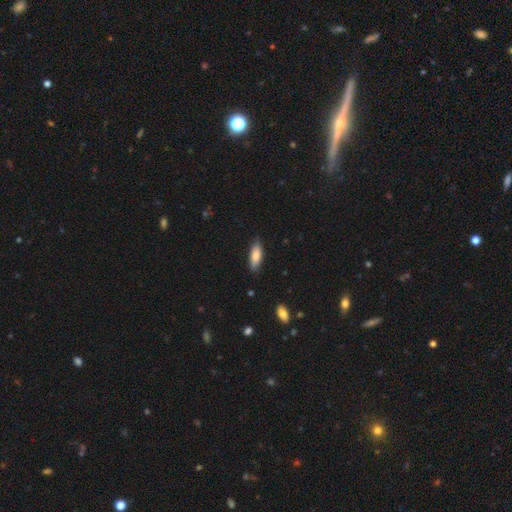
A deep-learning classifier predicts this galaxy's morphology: type=smooth (81%); roundness=in between (61%); merging=none (82%).